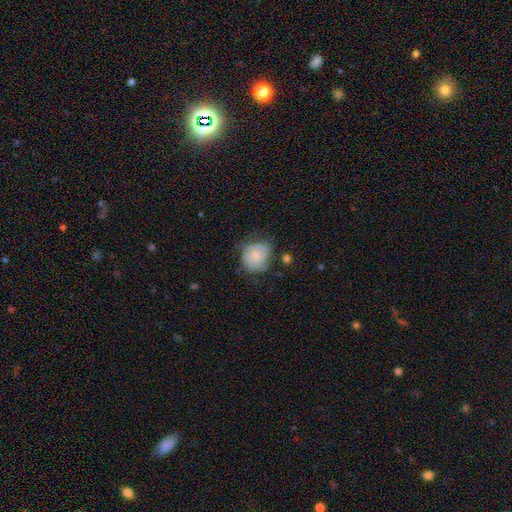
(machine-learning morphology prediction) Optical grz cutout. It shows a smooth galaxy with no disk features (66%) that is round (73%). Merging: none (52%).